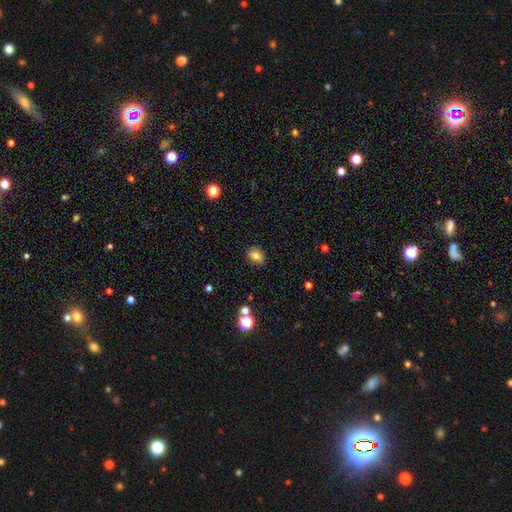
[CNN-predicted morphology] Smooth or featured?
  - smooth: 79% *
  - star or artifact: 12%
  - featured or disk: 10%
How rounded?
  - in between: 50% *
  - round: 49%
  - cigar-shaped: 1%
Merging?
  - none: 87% *
  - minor disturbance: 9%
  - major disturbance: 2%
  - merger: 2%